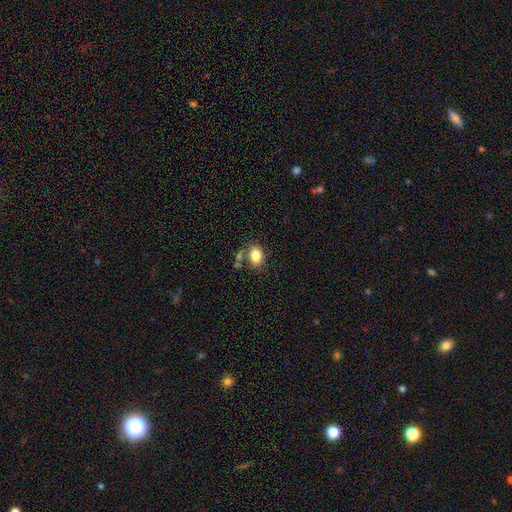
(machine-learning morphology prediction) smooth_or_featured: smooth (p=0.83) [alt: star or artifact p=0.09]
how_rounded: in between (p=0.70) [alt: round p=0.29]
merging: none (p=0.63) [alt: merger p=0.17]